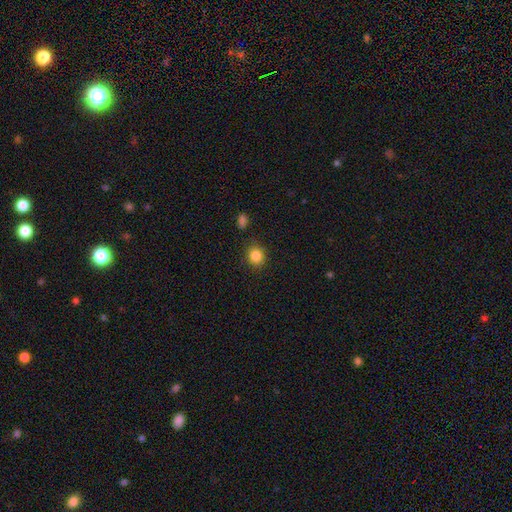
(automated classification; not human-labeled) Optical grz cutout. It shows a smooth galaxy with no disk features (85%) that is round (80%). Merging: none (84%).